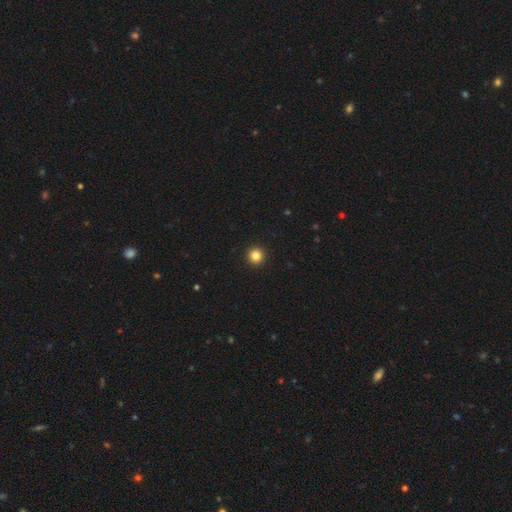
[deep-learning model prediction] Overall: smooth (85%). How rounded: round (96%). Merging: none (94%).